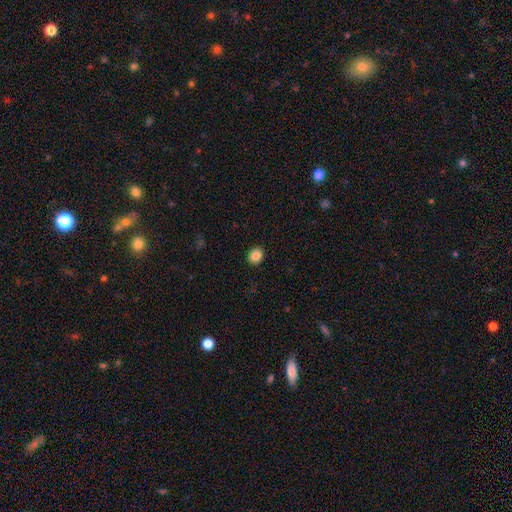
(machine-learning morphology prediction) smooth-or-featured: smooth: 86% | star or artifact: 10% | featured or disk: 5%
  how-rounded: round: 67% | in between: 33% | cigar-shaped: 1%
  merging: none: 92% | minor disturbance: 5% | major disturbance: 2% | merger: 1%